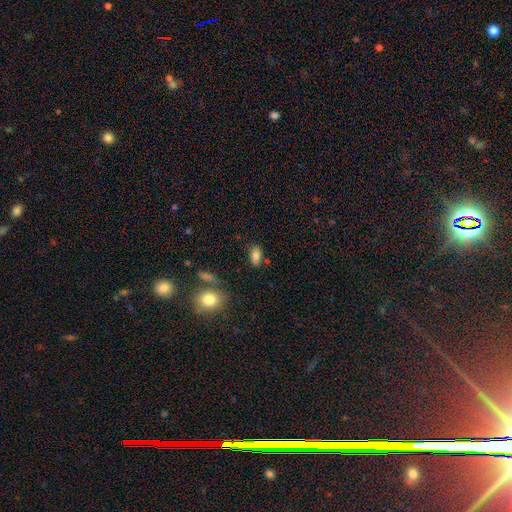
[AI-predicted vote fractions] This is likely a smooth galaxy (80%). How rounded: clearly in between (88%). Merging: likely none (78%).